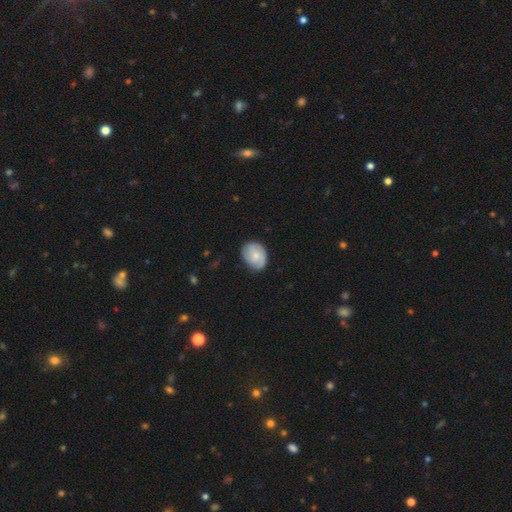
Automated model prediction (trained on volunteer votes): smooth-or-featured: smooth: 61% | featured or disk: 32% | star or artifact: 6%
  how-rounded: in between: 56% | round: 43% | cigar-shaped: 1%
  merging: none: 75% | minor disturbance: 20% | major disturbance: 4% | merger: 1%